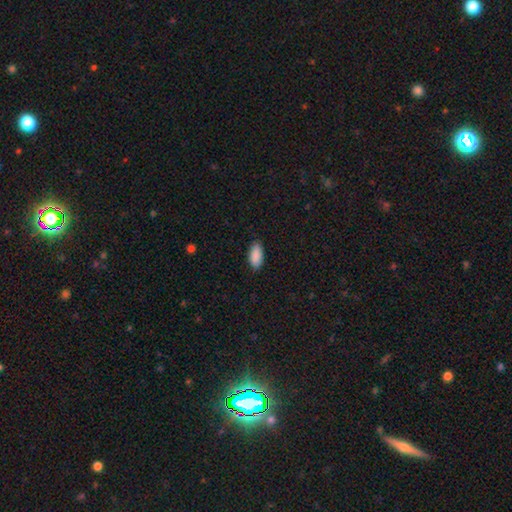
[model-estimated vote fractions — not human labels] The model was most divided on "merging": none: 87%, minor disturbance: 10%, major disturbance: 2%, merger: 1%. More confident: how rounded — in between (91%); smooth or featured — smooth (90%).